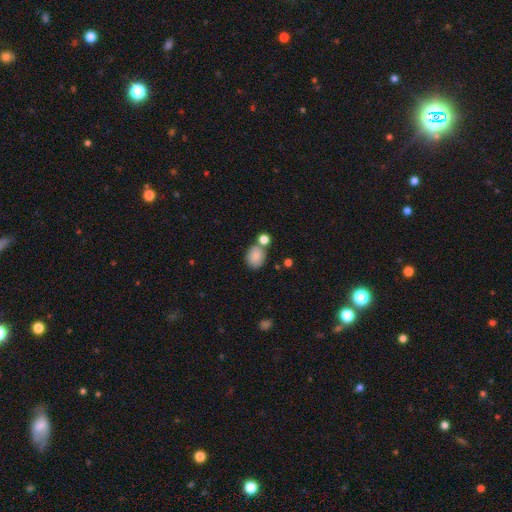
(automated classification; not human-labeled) Morphology: type=smooth (85%); roundness=in between (52%); merging=none (59%).